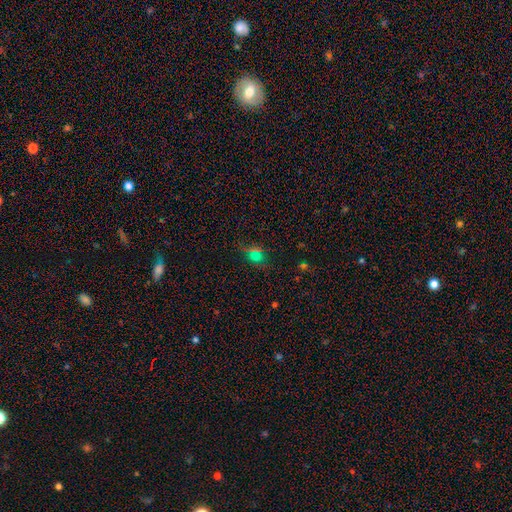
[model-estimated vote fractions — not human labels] Smooth or featured?
  - smooth: 55% *
  - star or artifact: 35%
  - featured or disk: 10%
How rounded?
  - round: 63% *
  - in between: 33%
  - cigar-shaped: 4%
Merging?
  - none: 67% *
  - minor disturbance: 16%
  - major disturbance: 9%
  - merger: 8%